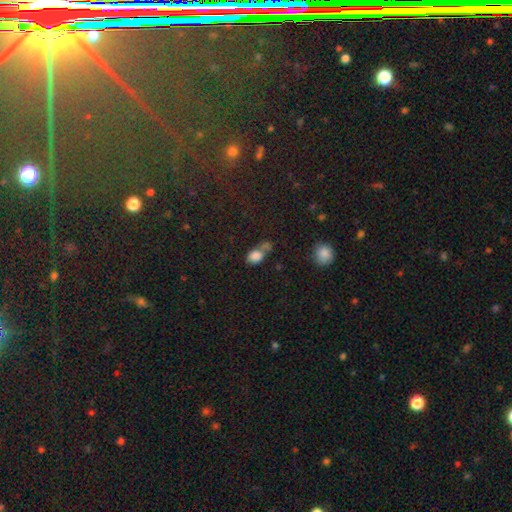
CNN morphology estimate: Smooth or featured? smooth (82%)
How rounded? in between (72%)
Merging? merger (40%)